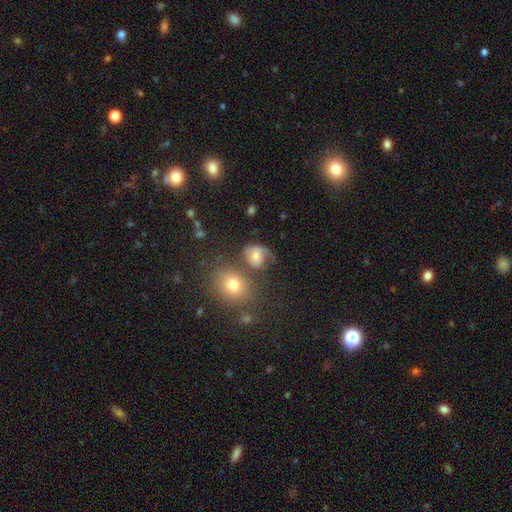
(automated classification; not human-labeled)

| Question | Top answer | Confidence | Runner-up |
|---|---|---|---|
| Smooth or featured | smooth | 48% | featured or disk (39%) |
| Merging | none | 44% | minor disturbance (23%) |